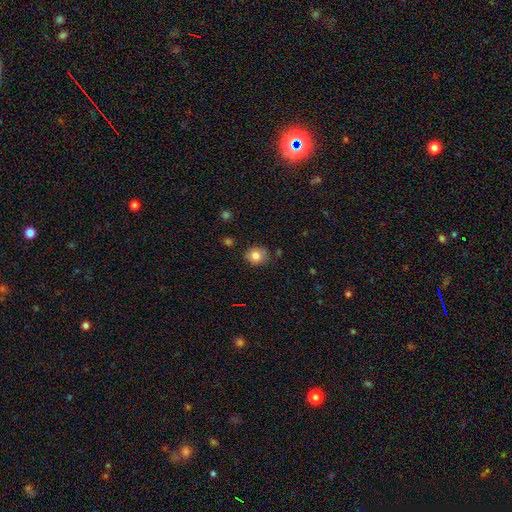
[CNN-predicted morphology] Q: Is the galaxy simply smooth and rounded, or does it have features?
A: smooth — 81%.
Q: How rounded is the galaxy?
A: round — 74%.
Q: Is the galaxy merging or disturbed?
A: none — 80%.